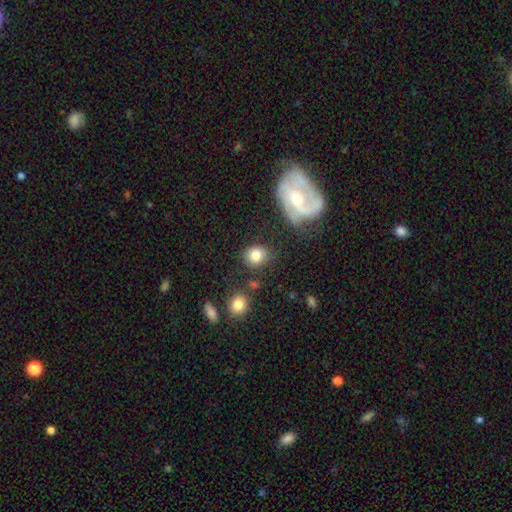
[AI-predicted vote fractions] smooth_or_featured: smooth (p=0.81) [alt: featured or disk p=0.10]
how_rounded: round (p=0.65) [alt: in between p=0.34]
merging: none (p=0.73) [alt: minor disturbance p=0.15]